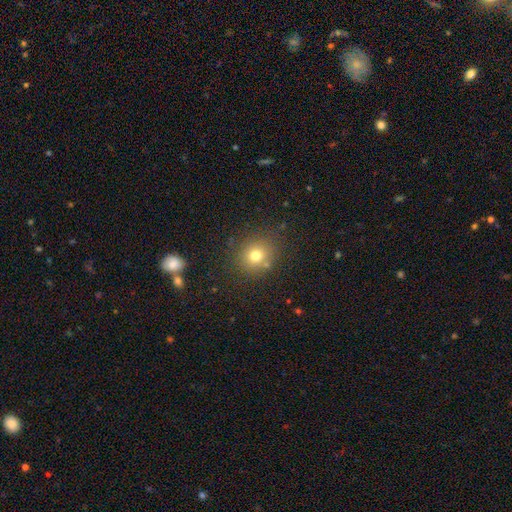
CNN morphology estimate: Smooth or featured? Predicted: smooth (p=0.74). How rounded? Predicted: round (p=0.83). Merging? Predicted: none (p=0.81).